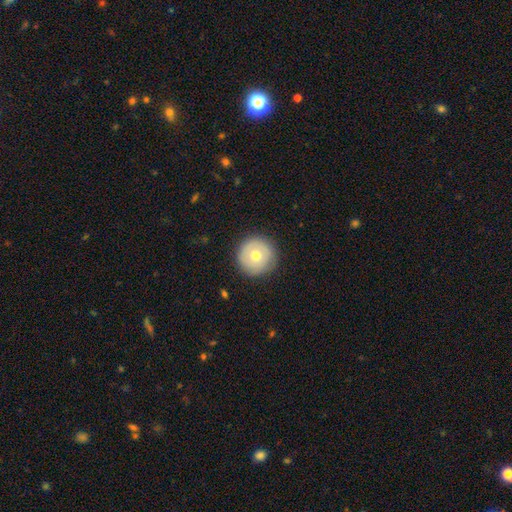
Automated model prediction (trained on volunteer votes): smooth 65%, featured or disk 27%, star or artifact 8%. Down the decision tree: how rounded — round (96%); merging — none (88%).